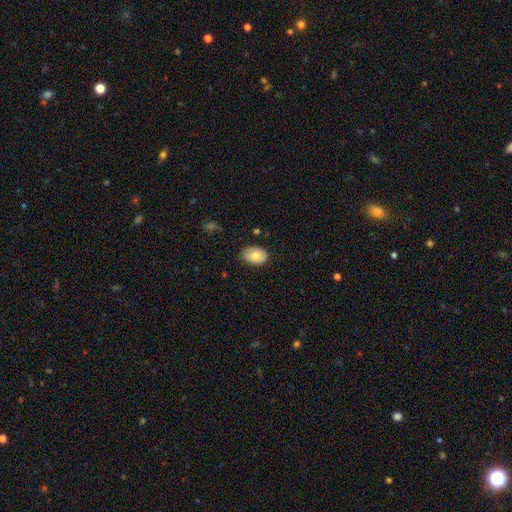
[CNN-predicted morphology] Smooth or featured?
  - smooth: 77% *
  - featured or disk: 15%
  - star or artifact: 8%
How rounded?
  - in between: 81% *
  - round: 18%
  - cigar-shaped: 1%
Merging?
  - none: 78% *
  - minor disturbance: 18%
  - major disturbance: 3%
  - merger: 1%